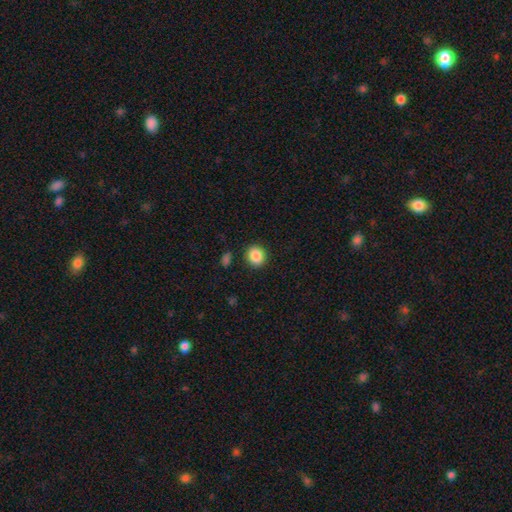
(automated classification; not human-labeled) Overall: smooth (88%). How rounded: round (80%). Merging: none (89%).